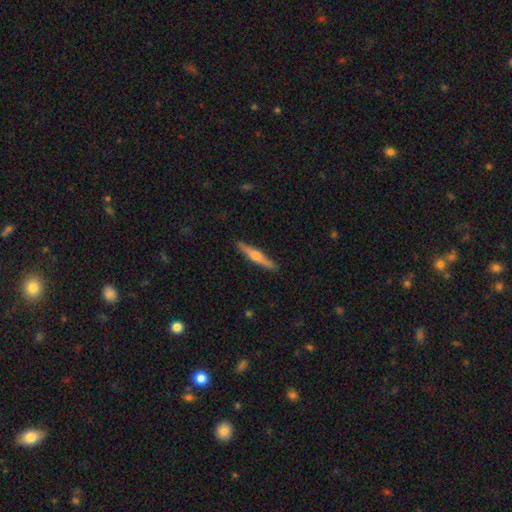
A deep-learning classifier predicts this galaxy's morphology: Overall: featured or disk (52%; smooth 42%). Edge-on disk: yes (97%). Edge-on bulge: rounded (77%). Merging: none (90%).